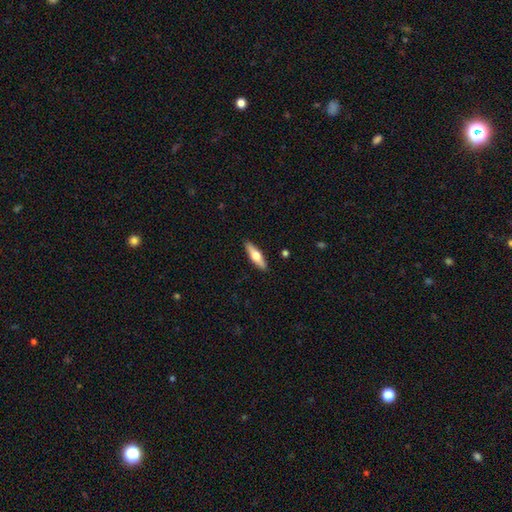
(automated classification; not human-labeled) smooth_or_featured: featured or disk (p=0.48) [alt: smooth p=0.46]
merging: none (p=0.90) [alt: minor disturbance p=0.07]